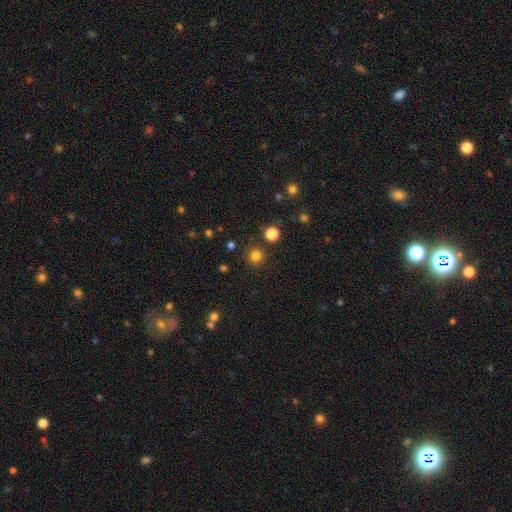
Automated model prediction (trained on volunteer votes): Overall: smooth (80%). How rounded: round (95%). Merging: none (89%).